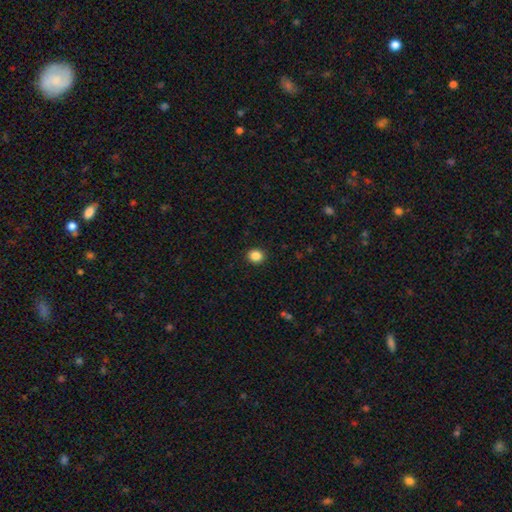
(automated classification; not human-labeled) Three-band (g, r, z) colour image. It shows a smooth galaxy with no disk features (86%) that is round (82%). Merging: none (92%).